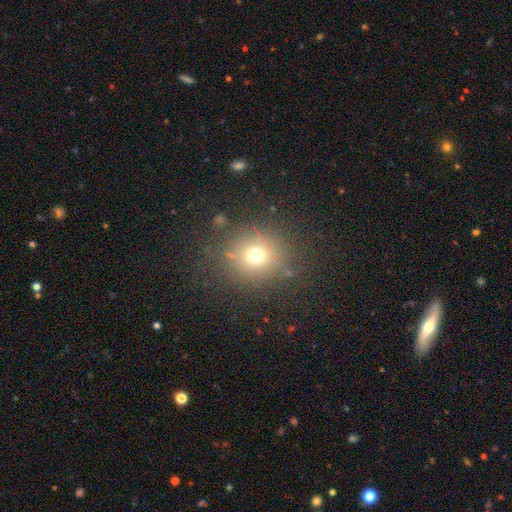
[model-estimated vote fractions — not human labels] This appears to be a smooth galaxy with no disk features (68%) that is round (85%). Merging: none (81%).